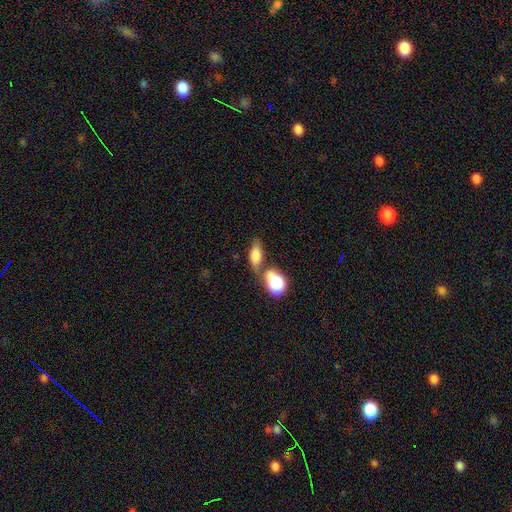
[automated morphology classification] Smooth or featured? Predicted: smooth (p=0.76). How rounded? Predicted: in between (p=0.81). Merging? Predicted: none (p=0.43).